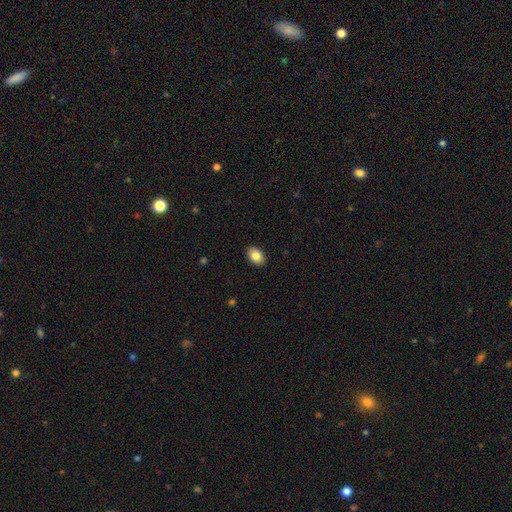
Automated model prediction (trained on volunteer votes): Q: Smooth or featured?
A: smooth (85%); runner-up: star or artifact (8%)
Q: How rounded?
A: in between (86%); runner-up: round (13%)
Q: Merging?
A: none (90%); runner-up: minor disturbance (7%)